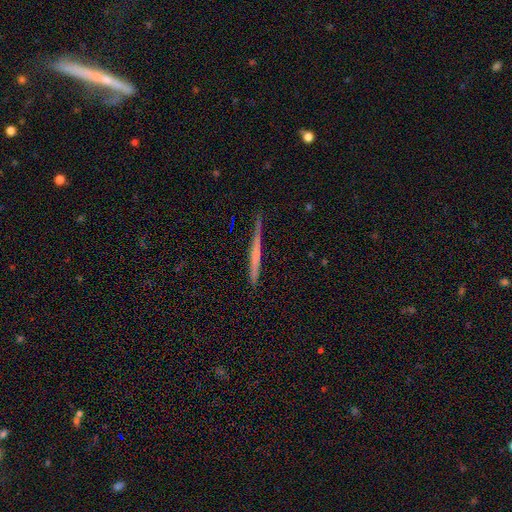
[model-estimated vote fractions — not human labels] The model was most divided on "smooth or featured": featured or disk: 52%, smooth: 42%, star or artifact: 6%. More confident: edge-on disk — yes (98%); merging — none (86%); edge-on bulge — none (80%).